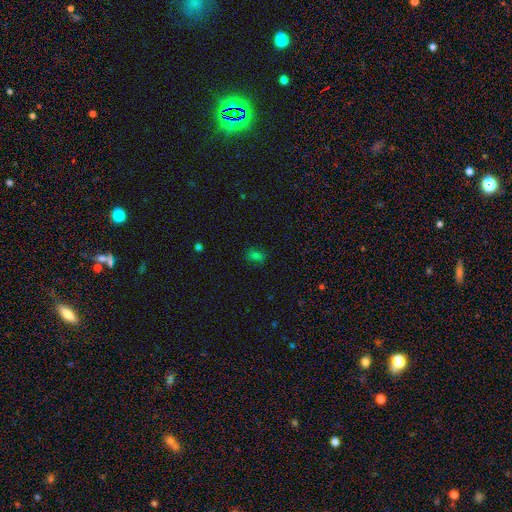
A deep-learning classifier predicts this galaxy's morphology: A smooth galaxy with no disk features (68%) that is in between round and cigar-shaped (67%). Merging: none (72%).